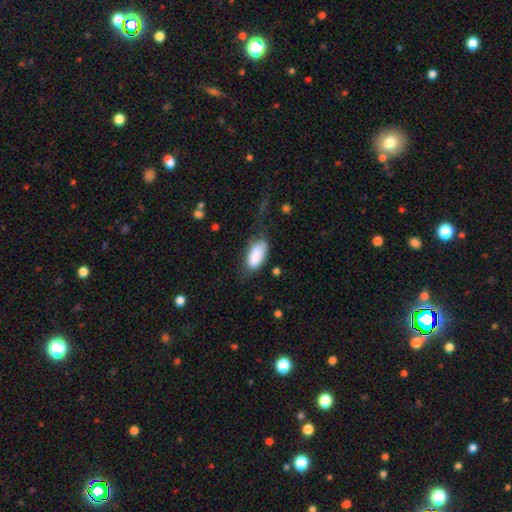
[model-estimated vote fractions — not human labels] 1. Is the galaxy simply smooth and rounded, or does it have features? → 86% smooth, 8% featured or disk, 7% star or artifact.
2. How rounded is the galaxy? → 88% in between, 9% cigar-shaped, 2% round.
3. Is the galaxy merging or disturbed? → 54% none, 28% minor disturbance, 14% major disturbance, 4% merger.